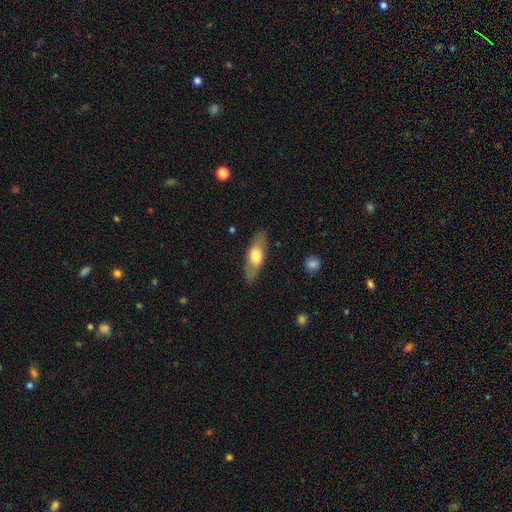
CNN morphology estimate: A smooth galaxy with no disk features (58%) that is in between round and cigar-shaped (68%).

Vote fractions:
- Smooth or featured? smooth: 58% / featured or disk: 36% / star or artifact: 6%
- How rounded? in between: 68% / cigar-shaped: 29% / round: 3%
- Merging? none: 84% / minor disturbance: 11% / major disturbance: 3% / merger: 1%